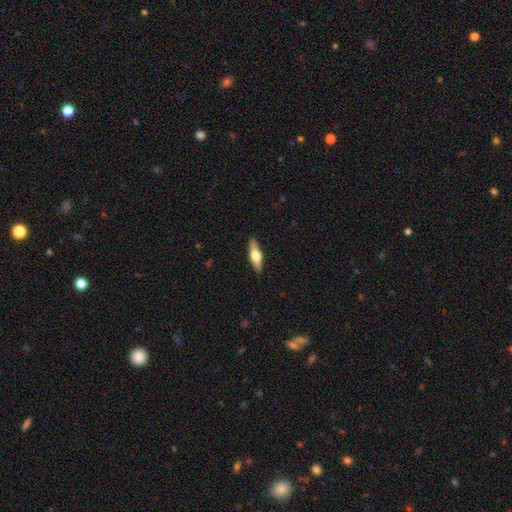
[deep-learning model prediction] smooth-or-featured: featured or disk: 52% | smooth: 43% | star or artifact: 6%
  disk-edge-on: yes: 93% | no: 7%
  merging: none: 90% | minor disturbance: 7% | major disturbance: 2% | merger: 1%